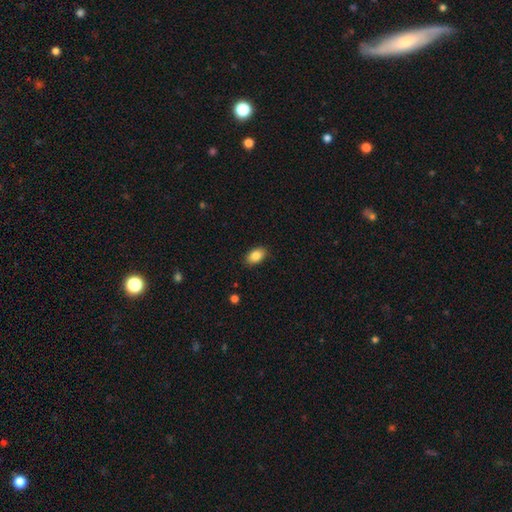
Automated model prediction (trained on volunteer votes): Smooth or featured? Predicted: smooth (p=0.86). How rounded? Predicted: in between (p=0.91). Merging? Predicted: none (p=0.88).